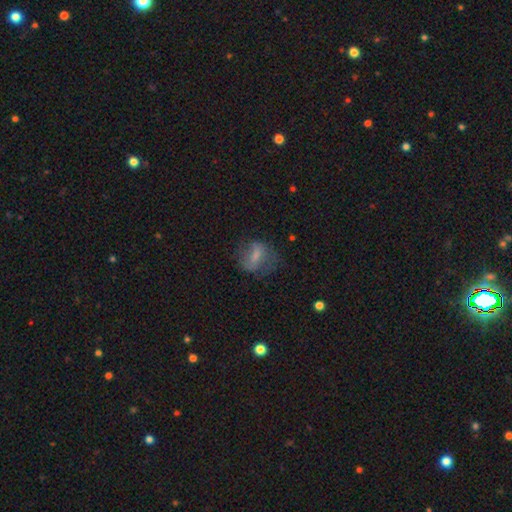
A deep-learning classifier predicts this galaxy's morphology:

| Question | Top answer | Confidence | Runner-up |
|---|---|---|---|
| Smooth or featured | smooth | 52% | featured or disk (37%) |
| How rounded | in between | 62% | round (33%) |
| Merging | none | 52% | minor disturbance (25%) |